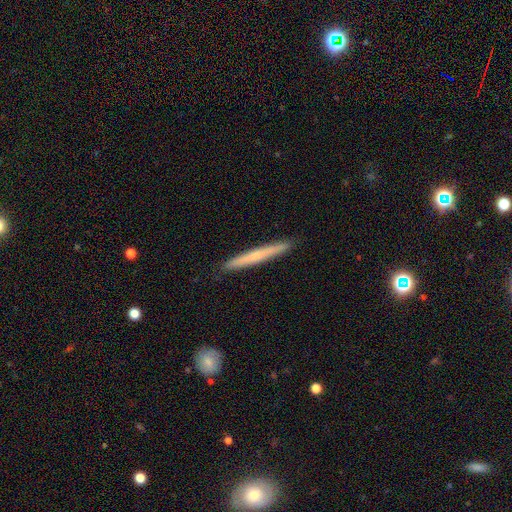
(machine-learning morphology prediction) Smooth or featured?
  - smooth: 55% *
  - featured or disk: 40%
  - star or artifact: 6%
How rounded?
  - cigar-shaped: 97% *
  - in between: 2%
  - round: 1%
Merging?
  - none: 91% *
  - minor disturbance: 6%
  - major disturbance: 1%
  - merger: 1%